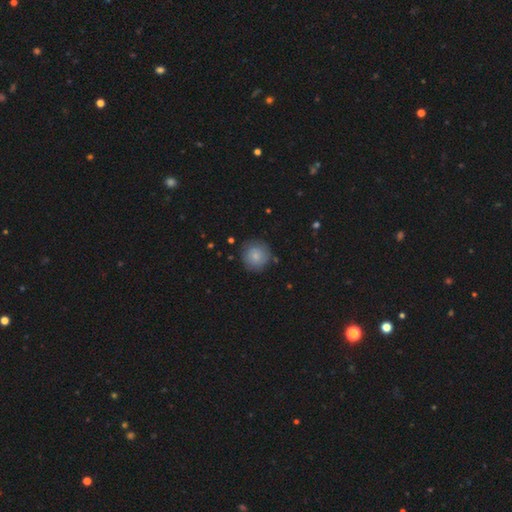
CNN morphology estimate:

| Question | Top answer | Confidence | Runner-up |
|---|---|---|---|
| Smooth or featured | smooth | 77% | featured or disk (15%) |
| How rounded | round | 93% | in between (6%) |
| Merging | none | 81% | minor disturbance (14%) |